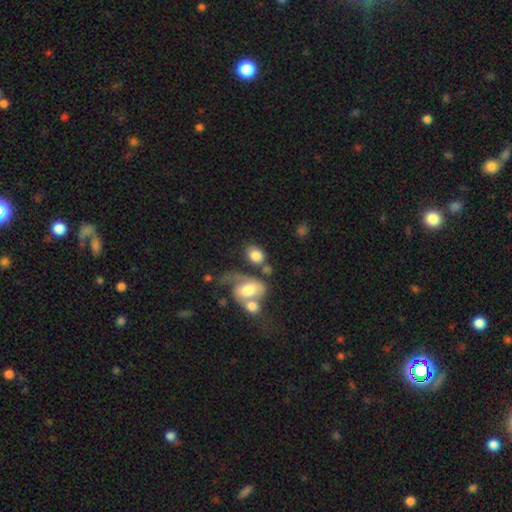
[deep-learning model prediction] Morphology: type=smooth (76%); roundness=in between (73%); merging=none (36%).